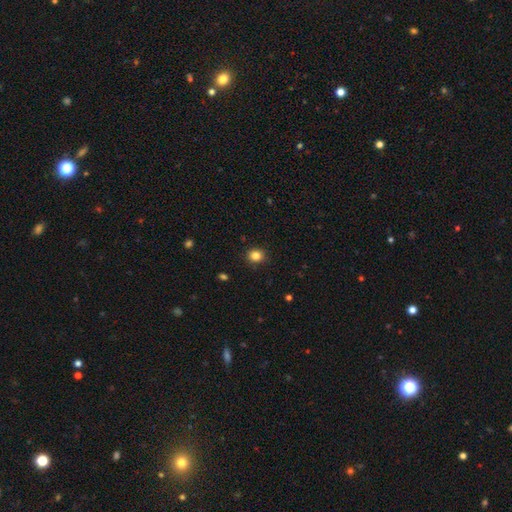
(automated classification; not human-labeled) A smooth galaxy with no disk features (84%) that is round (80%). Merging: none (89%).